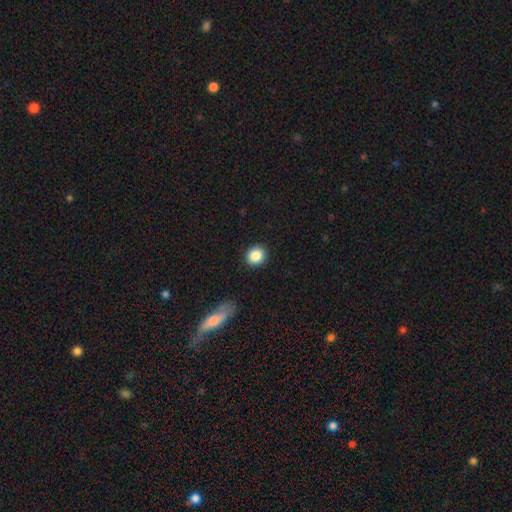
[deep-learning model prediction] Smooth or featured? Predicted: smooth (p=0.87). How rounded? Predicted: round (p=0.79). Merging? Predicted: none (p=0.90).